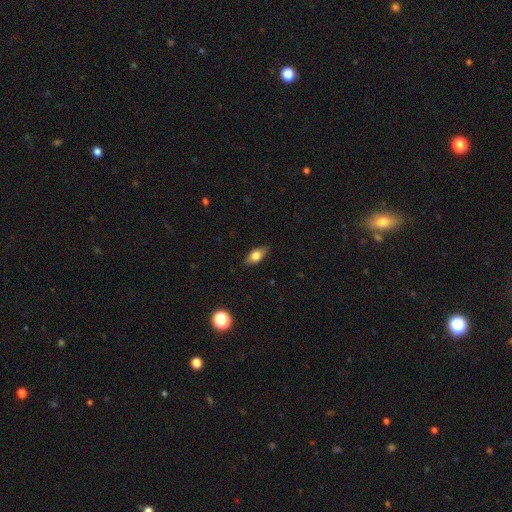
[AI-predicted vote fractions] Smooth or featured?
  - smooth: 71% *
  - featured or disk: 20%
  - star or artifact: 8%
How rounded?
  - in between: 82% *
  - cigar-shaped: 11%
  - round: 7%
Merging?
  - none: 84% *
  - minor disturbance: 13%
  - major disturbance: 2%
  - merger: 1%